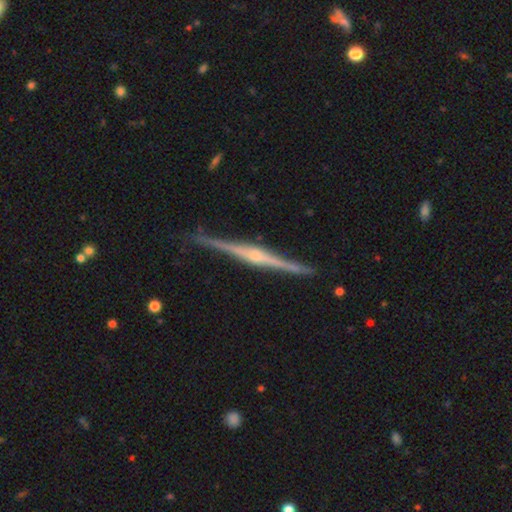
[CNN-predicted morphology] This appears to be a featured or disk galaxy (88%) viewed edge-on (98%) with a rounded central bulge (76%). Merging: none (90%).